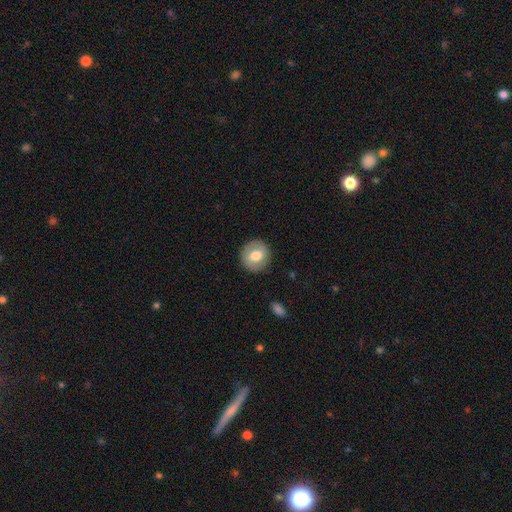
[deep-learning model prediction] Smooth or featured? Predicted: smooth (p=0.68). How rounded? Predicted: round (p=0.88). Merging? Predicted: none (p=0.89).